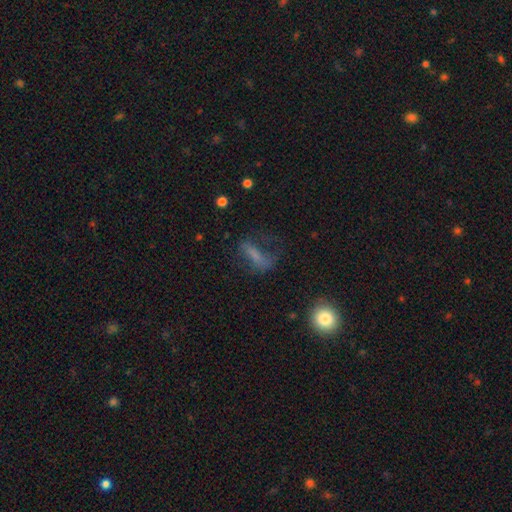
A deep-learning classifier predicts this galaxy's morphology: Smooth or featured? Predicted: smooth (p=0.52). How rounded? Predicted: in between (p=0.51). Merging? Predicted: none (p=0.42).